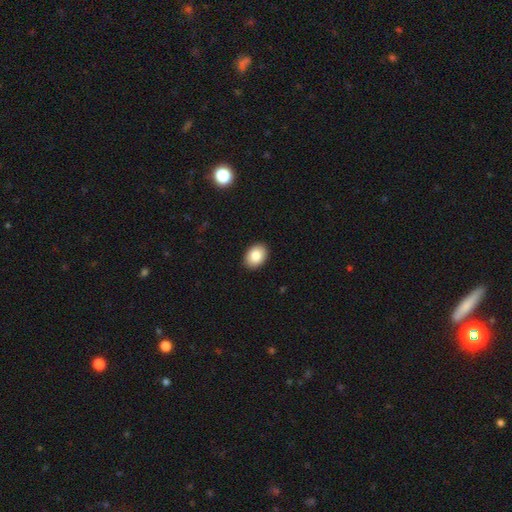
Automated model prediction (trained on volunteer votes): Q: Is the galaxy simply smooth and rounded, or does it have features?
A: smooth — 85%.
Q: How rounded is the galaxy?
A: in between — 74%.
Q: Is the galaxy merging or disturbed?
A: none — 91%.